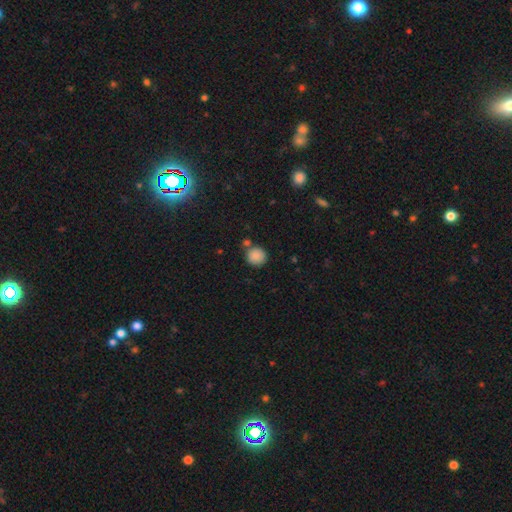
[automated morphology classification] This is clearly a smooth galaxy (87%). How rounded: clearly round (91%). Merging: likely none (73%).